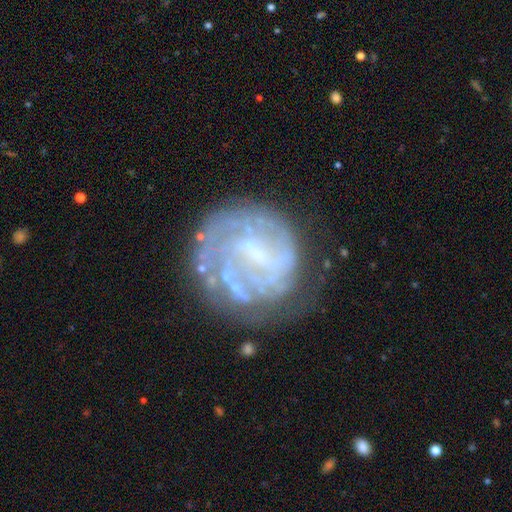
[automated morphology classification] featured or disk 73%, smooth 18%, star or artifact 9%. Down the decision tree: edge-on disk — no (98%); bar — weak (46%); spiral arms — yes (63%); bulge size — none (47%); merging — none (57%).